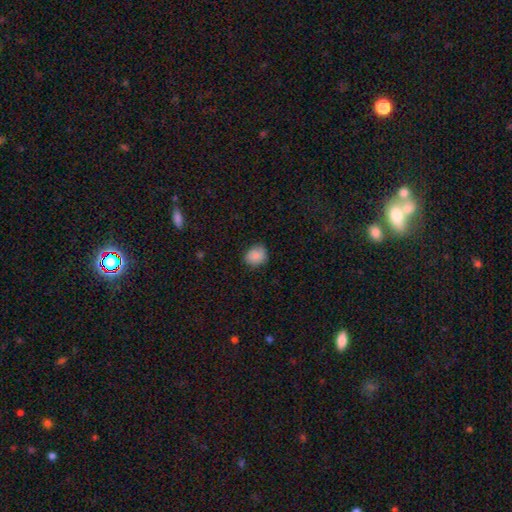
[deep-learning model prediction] smooth-or-featured: smooth: 87% | star or artifact: 9% | featured or disk: 4%
  how-rounded: round: 65% | in between: 34% | cigar-shaped: 1%
  merging: none: 77% | minor disturbance: 19% | major disturbance: 3% | merger: 1%